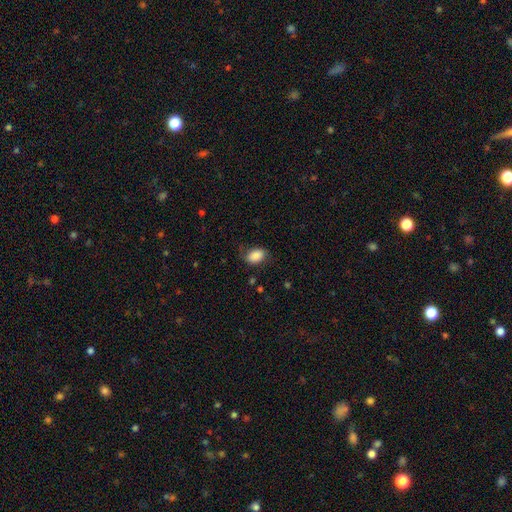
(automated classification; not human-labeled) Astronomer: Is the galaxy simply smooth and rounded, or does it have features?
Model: smooth — 83%.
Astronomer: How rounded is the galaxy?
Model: in between — 82%.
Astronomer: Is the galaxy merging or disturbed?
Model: none — 70%.